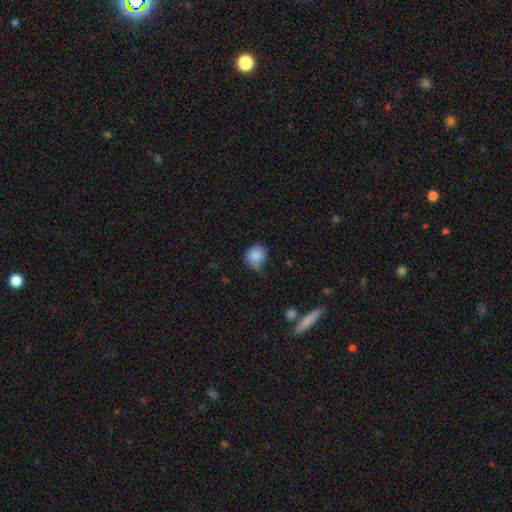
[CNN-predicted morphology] Overall: smooth (84%). How rounded: round (73%). Merging: none (54%; minor disturbance 35%).